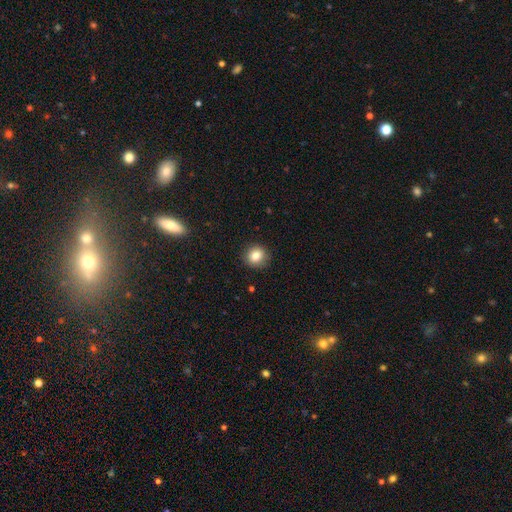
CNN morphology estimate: type=smooth (83%); roundness=round (88%); merging=none (90%).